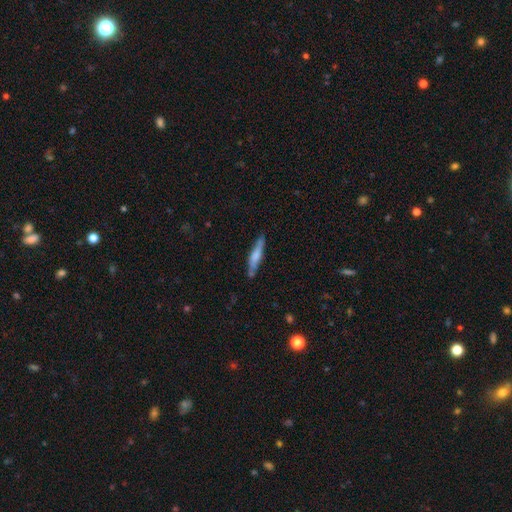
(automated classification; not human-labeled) smooth-or-featured: smooth: 62% | featured or disk: 33% | star or artifact: 6%
  how-rounded: cigar-shaped: 88% | in between: 11% | round: 1%
  merging: none: 78% | minor disturbance: 16% | merger: 3% | major disturbance: 3%